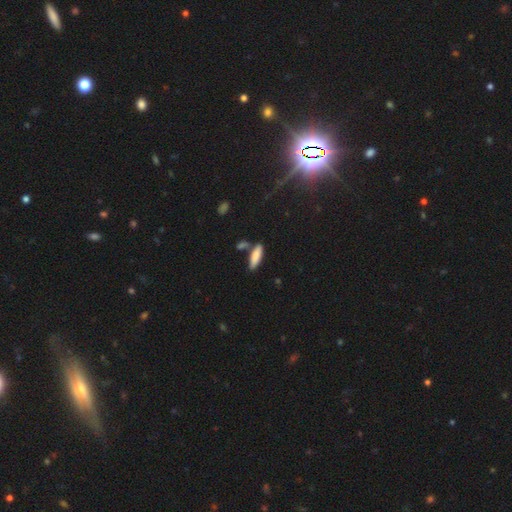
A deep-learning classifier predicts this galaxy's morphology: Smooth or featured?
  - smooth: 84% *
  - featured or disk: 9%
  - star or artifact: 7%
How rounded?
  - cigar-shaped: 54% *
  - in between: 44%
  - round: 2%
Merging?
  - none: 68% *
  - minor disturbance: 15%
  - merger: 14%
  - major disturbance: 4%